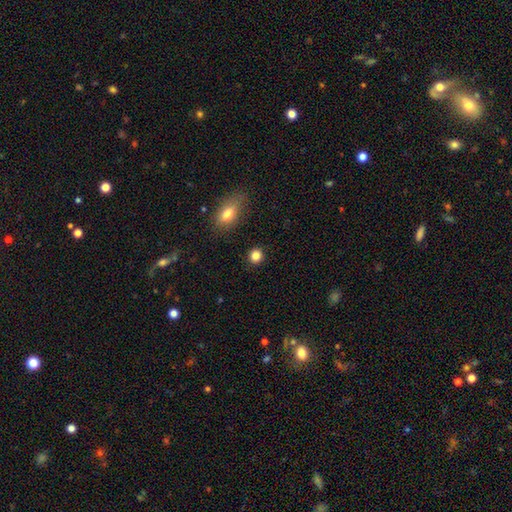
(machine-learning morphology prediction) Overall: smooth (85%). How rounded: round (87%). Merging: none (90%).